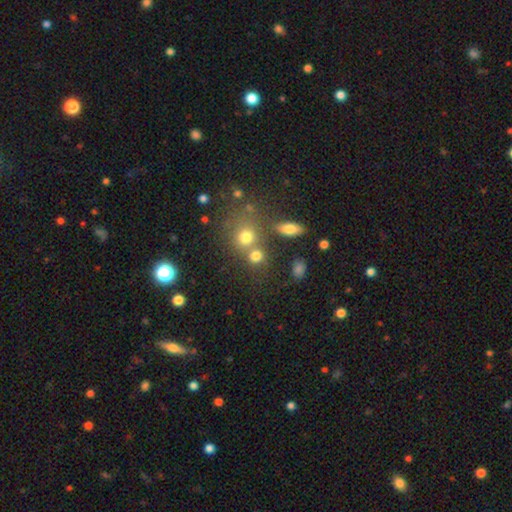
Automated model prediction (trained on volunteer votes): Q: Smooth or featured?
A: smooth (75%); runner-up: star or artifact (15%)
Q: How rounded?
A: round (80%); runner-up: in between (19%)
Q: Merging?
A: none (52%); runner-up: merger (34%)